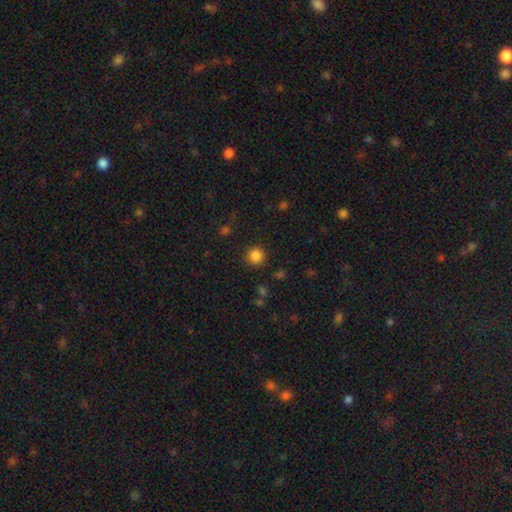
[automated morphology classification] The model was most divided on "smooth or featured": smooth: 85%, star or artifact: 11%, featured or disk: 4%. More confident: how rounded — round (93%); merging — none (88%).